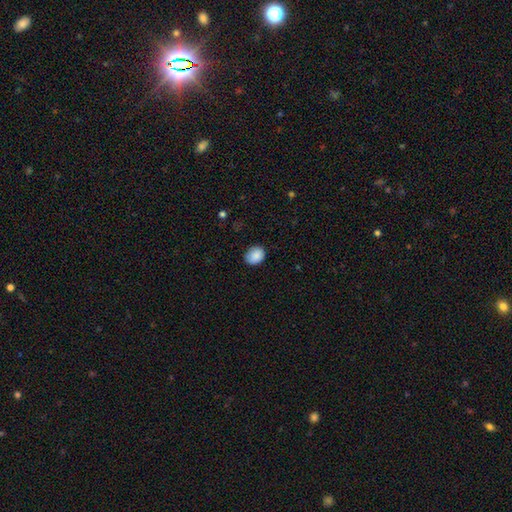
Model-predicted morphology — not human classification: Overall: smooth (87%). How rounded: in between (54%; round 46%). Merging: none (82%).